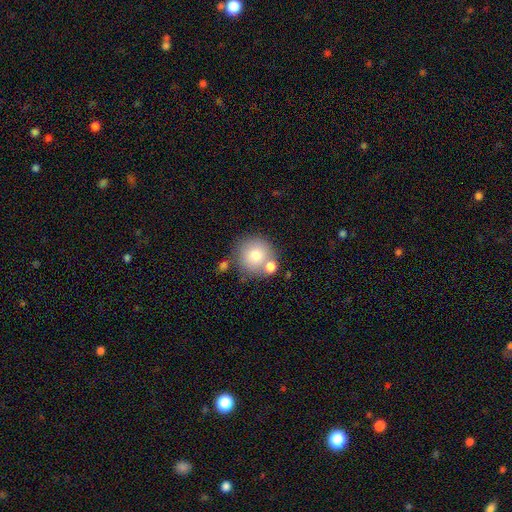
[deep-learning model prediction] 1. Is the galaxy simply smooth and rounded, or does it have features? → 75% smooth, 16% featured or disk, 9% star or artifact.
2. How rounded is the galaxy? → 92% round, 7% in between, 1% cigar-shaped.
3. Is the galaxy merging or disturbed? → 64% none, 20% merger, 12% minor disturbance, 4% major disturbance.